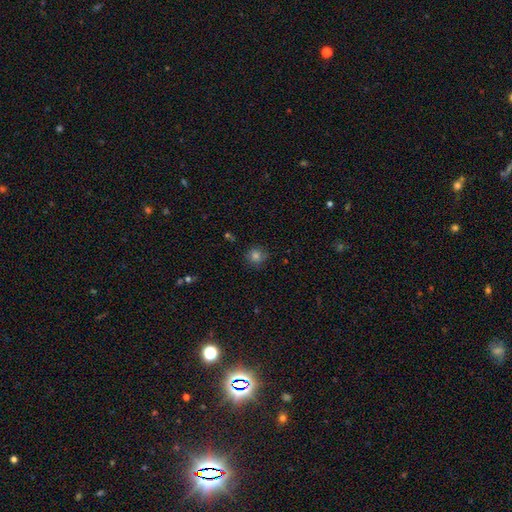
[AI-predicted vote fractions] Morphology: type=smooth (76%); roundness=round (86%); merging=none (79%).